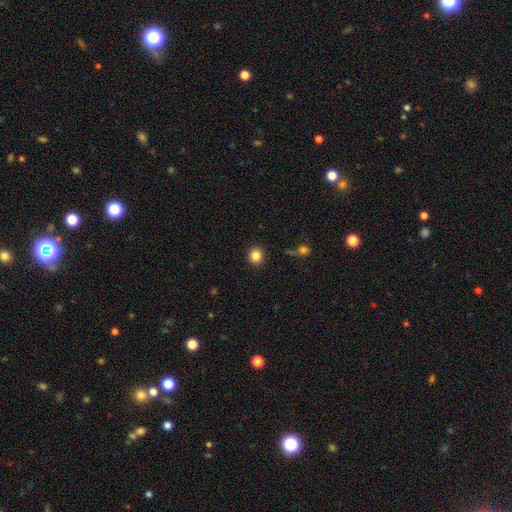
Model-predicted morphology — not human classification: The model was most divided on "smooth or featured": smooth: 85%, star or artifact: 10%, featured or disk: 5%. More confident: merging — none (90%); how rounded — round (88%).